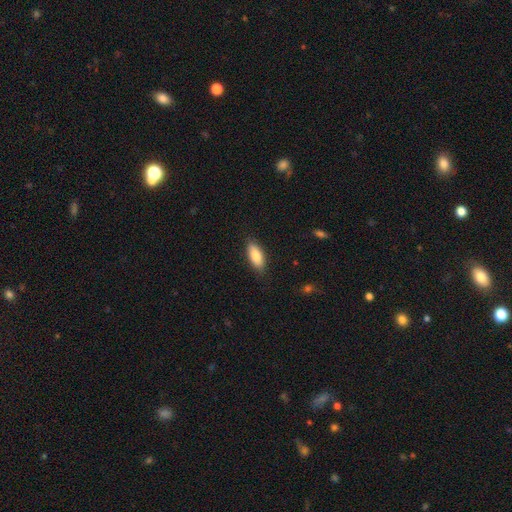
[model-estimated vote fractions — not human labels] A smooth galaxy with no disk features (83%) that is in between round and cigar-shaped (81%).

Vote fractions:
- Smooth or featured? smooth: 83% / featured or disk: 11% / star or artifact: 6%
- How rounded? in between: 81% / cigar-shaped: 17% / round: 2%
- Merging? none: 86% / minor disturbance: 11% / major disturbance: 2% / merger: 1%